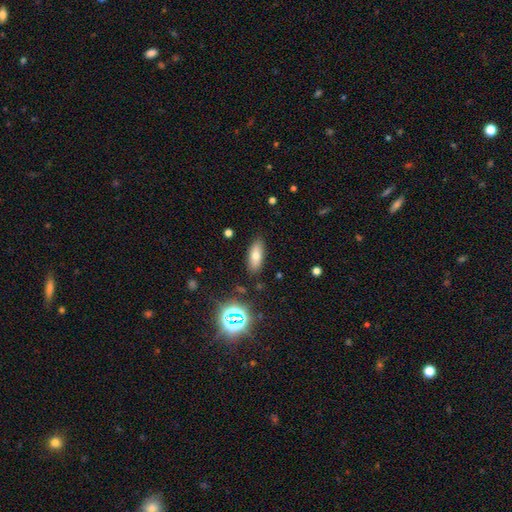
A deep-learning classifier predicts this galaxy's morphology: Smooth or featured?
  - smooth: 67% *
  - featured or disk: 18%
  - star or artifact: 15%
How rounded?
  - in between: 70% *
  - cigar-shaped: 25%
  - round: 4%
Merging?
  - none: 86% *
  - minor disturbance: 10%
  - major disturbance: 3%
  - merger: 2%